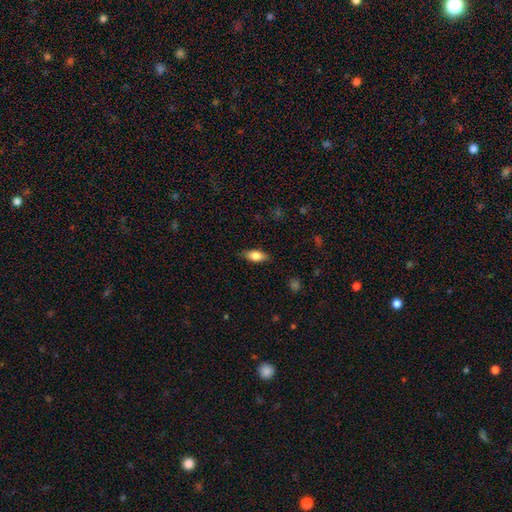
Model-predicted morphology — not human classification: smooth_or_featured: smooth (p=0.79) [alt: featured or disk p=0.15]
how_rounded: in between (p=0.83) [alt: cigar-shaped p=0.14]
merging: none (p=0.82) [alt: minor disturbance p=0.14]